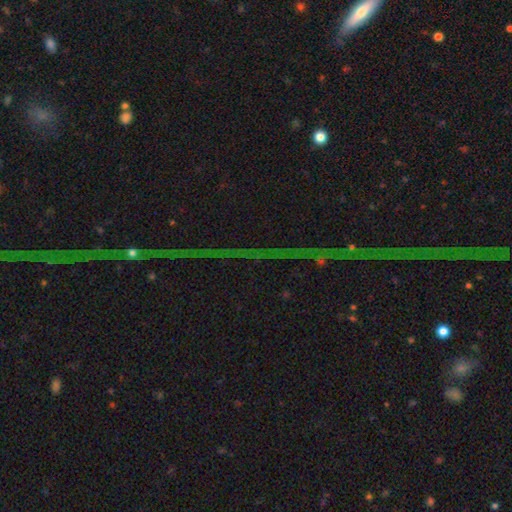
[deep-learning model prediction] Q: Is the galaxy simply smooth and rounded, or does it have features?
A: star or artifact — 82%.